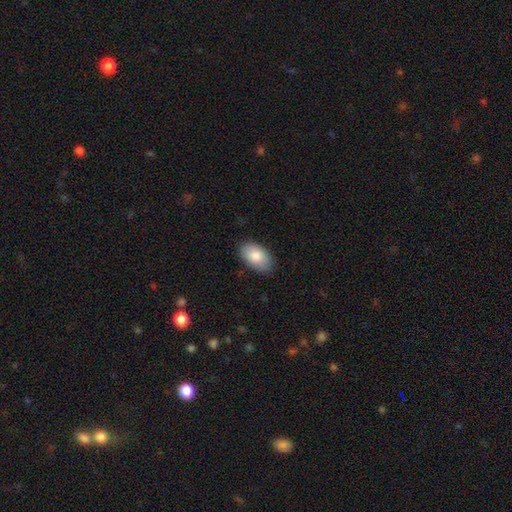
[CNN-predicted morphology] smooth 84%, featured or disk 10%, star or artifact 6%. Down the decision tree: how rounded — in between (94%); merging — none (84%).